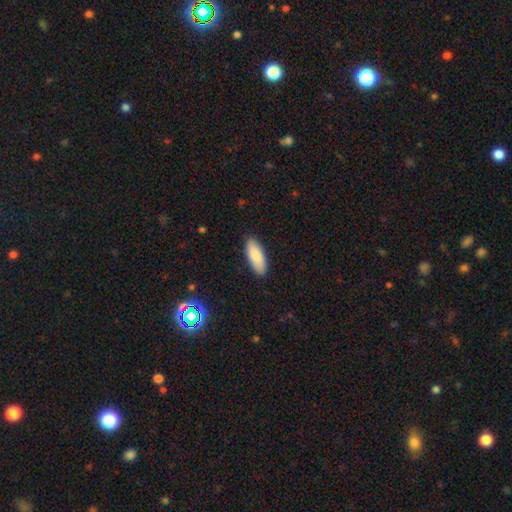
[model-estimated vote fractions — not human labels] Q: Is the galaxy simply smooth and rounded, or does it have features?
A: smooth — 84%.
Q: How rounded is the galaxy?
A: in between — 76%.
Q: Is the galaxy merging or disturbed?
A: none — 88%.